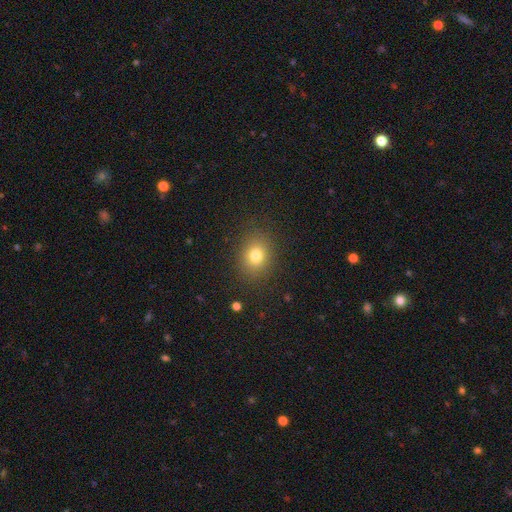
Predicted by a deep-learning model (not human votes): Morphology: type=smooth (78%); roundness=round (59%); merging=none (86%).